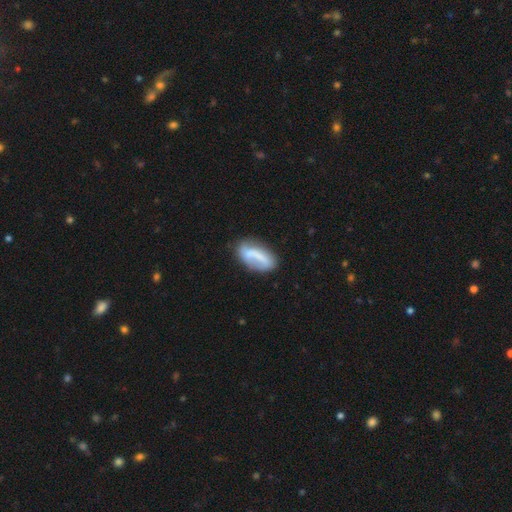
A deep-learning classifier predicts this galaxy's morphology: smooth 51%, featured or disk 41%, star or artifact 7%. Down the decision tree: how rounded — in between (84%); merging — none (59%).